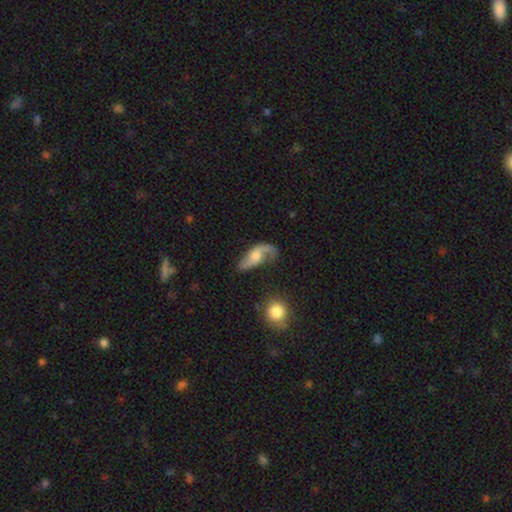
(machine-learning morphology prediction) Smooth or featured? featured or disk (78%)
Edge-on disk? no (92%)
Bar? no (57%)
Spiral arms? yes (93%)
Spiral winding? loose (79%)
Spiral arm count? 2 (81%)
Bulge size? moderate (49%)
Merging? none (54%)